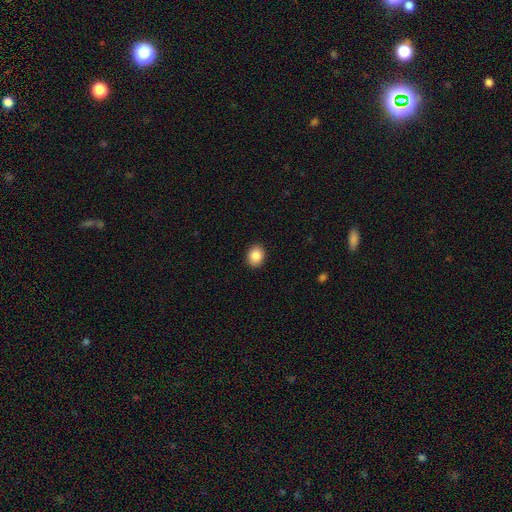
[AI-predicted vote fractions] smooth-or-featured: smooth: 87% | star or artifact: 8% | featured or disk: 5%
  how-rounded: round: 52% | in between: 47% | cigar-shaped: 1%
  merging: none: 91% | minor disturbance: 6% | major disturbance: 2% | merger: 1%